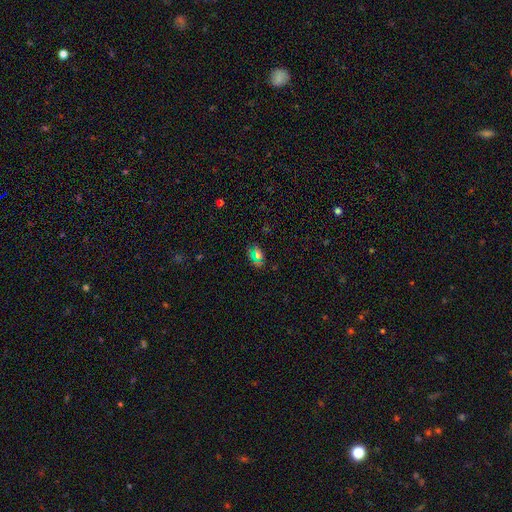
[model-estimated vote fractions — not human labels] This appears to be a smooth galaxy with no disk features (52%) that is in between round and cigar-shaped (69%). Merging: none (78%).